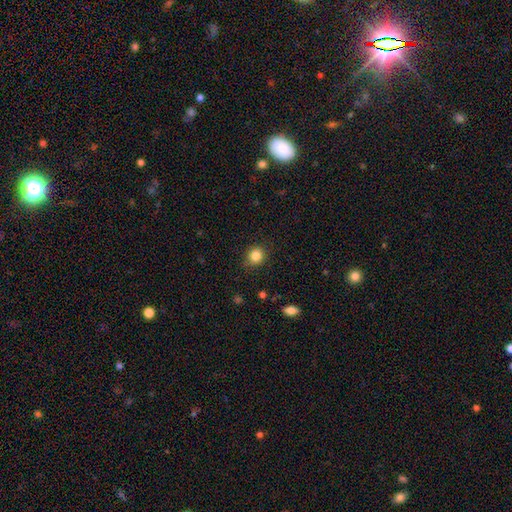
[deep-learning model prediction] Overall: smooth (84%). How rounded: round (85%). Merging: none (84%).